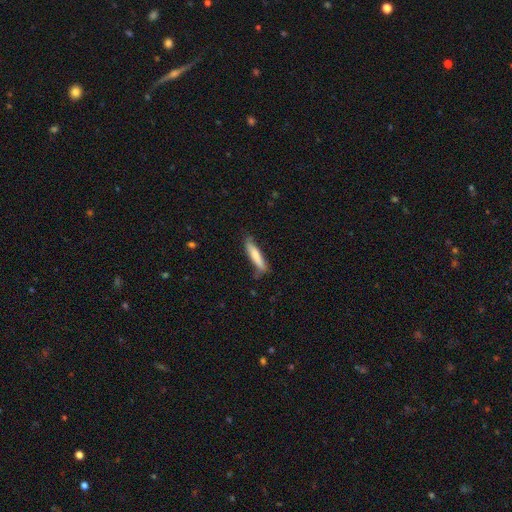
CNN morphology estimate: This is likely a smooth galaxy (73%). How rounded: clearly cigar-shaped (86%). Merging: likely none (70%).